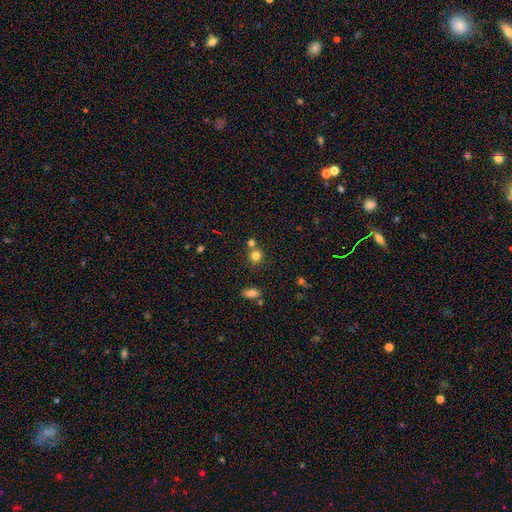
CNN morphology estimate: Smooth or featured? smooth (79%)
How rounded? round (83%)
Merging? none (59%)